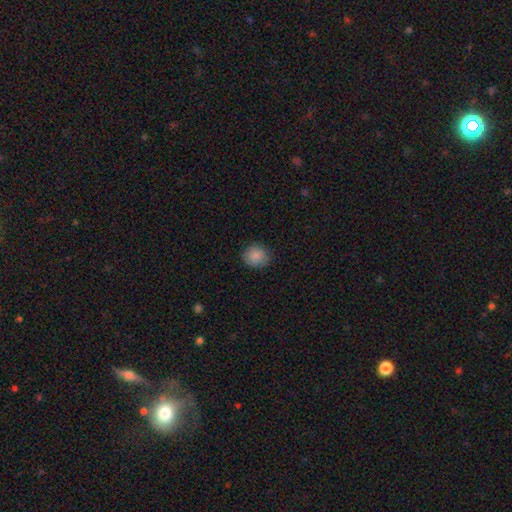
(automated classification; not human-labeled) smooth_or_featured: smooth (p=0.87) [alt: star or artifact p=0.09]
how_rounded: round (p=0.79) [alt: in between p=0.20]
merging: none (p=0.87) [alt: minor disturbance p=0.09]